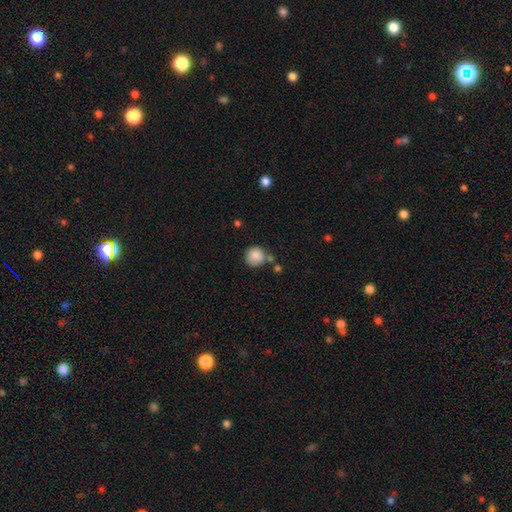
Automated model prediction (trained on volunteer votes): Morphology: type=smooth (86%); roundness=round (90%); merging=none (65%).